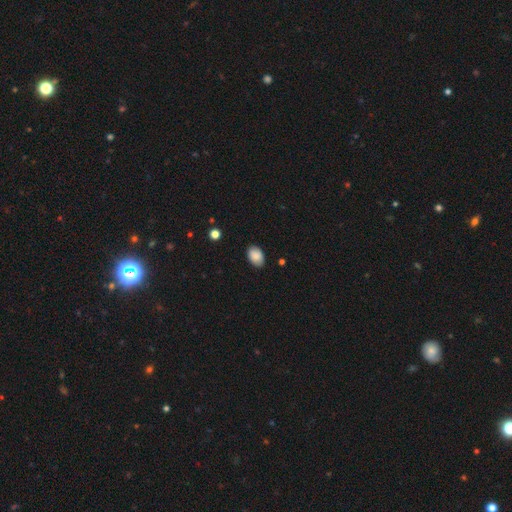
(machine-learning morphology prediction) Q: Smooth or featured?
A: smooth (87%); runner-up: star or artifact (7%)
Q: How rounded?
A: in between (87%); runner-up: round (12%)
Q: Merging?
A: none (84%); runner-up: minor disturbance (12%)